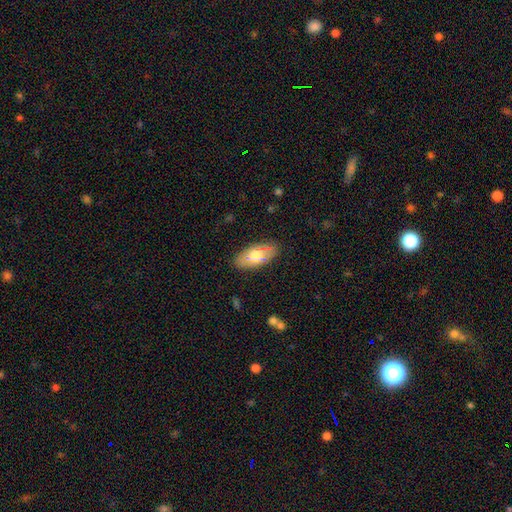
smooth_or_featured: smooth (p=0.66) [alt: featured or disk p=0.26]
how_rounded: in between (p=1.00)
merging: none (p=0.86) [alt: minor disturbance p=0.14]